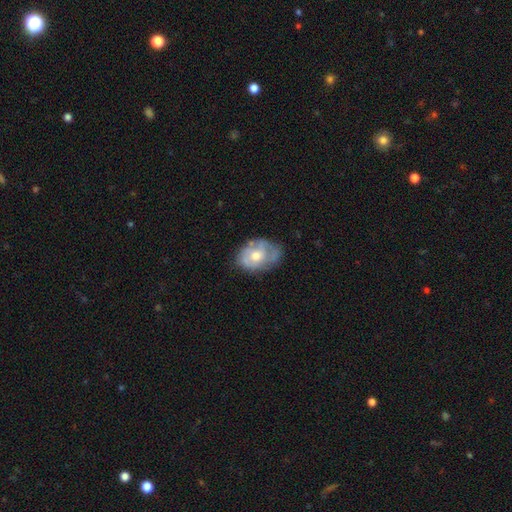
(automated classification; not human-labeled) featured or disk 57%, smooth 37%, star or artifact 6%. Down the decision tree: edge-on disk — no (96%); bar — no (83%); spiral arms — no (54%); bulge size — moderate (67%); merging — none (55%).